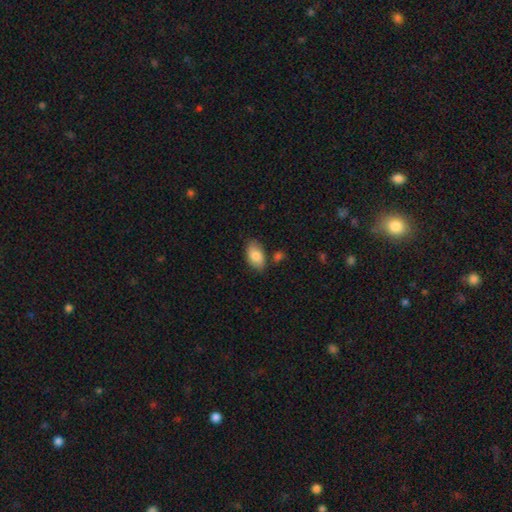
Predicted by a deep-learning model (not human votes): smooth-or-featured: smooth: 82% | featured or disk: 12% | star or artifact: 6%
  how-rounded: in between: 94% | round: 5% | cigar-shaped: 2%
  merging: none: 76% | minor disturbance: 16% | merger: 6% | major disturbance: 3%